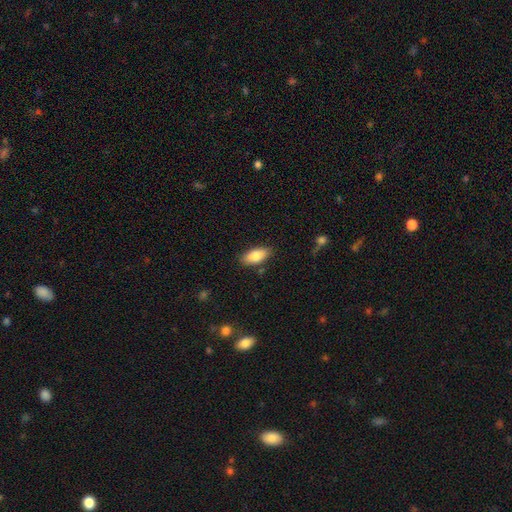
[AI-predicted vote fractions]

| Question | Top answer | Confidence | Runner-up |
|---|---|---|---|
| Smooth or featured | smooth | 82% | featured or disk (12%) |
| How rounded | in between | 86% | cigar-shaped (11%) |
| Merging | none | 84% | minor disturbance (12%) |